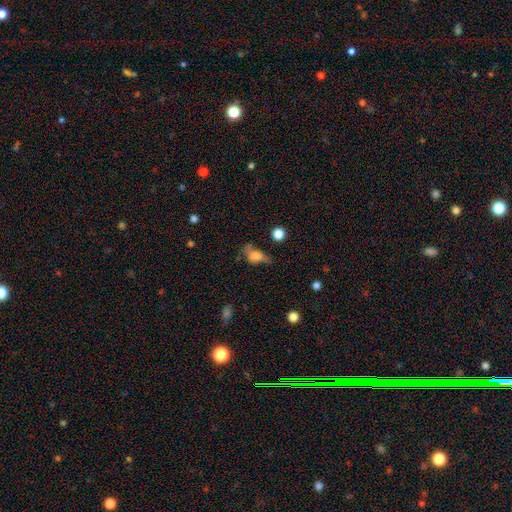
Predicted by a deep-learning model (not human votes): The model was most divided on "merging": none: 35%, minor disturbance: 30%, major disturbance: 28%, merger: 6%. More confident: how rounded — in between (74%); smooth or featured — smooth (61%).